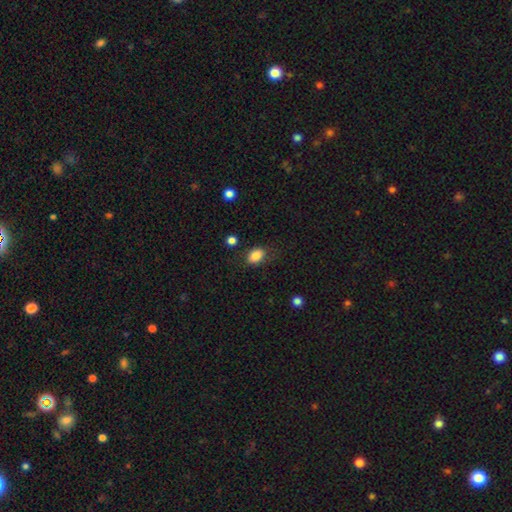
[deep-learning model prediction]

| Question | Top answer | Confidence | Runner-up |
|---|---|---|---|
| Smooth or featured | smooth | 84% | star or artifact (9%) |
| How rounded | in between | 80% | round (19%) |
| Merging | none | 75% | minor disturbance (18%) |